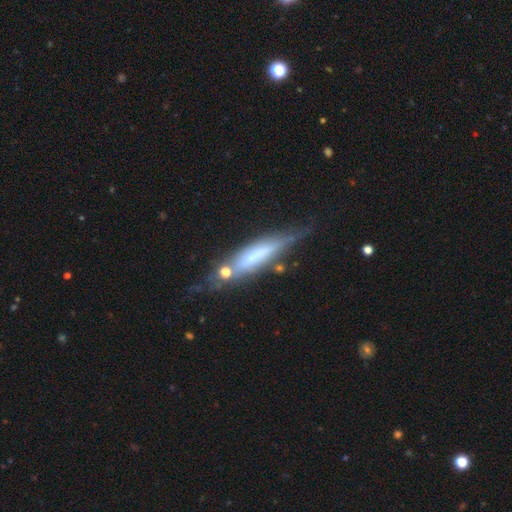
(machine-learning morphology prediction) Smooth or featured: featured or disk — 58% (smooth — 35%)
Edge-on disk: yes — 85% (no — 15%)
Merging: none — 62% (minor disturbance — 22%)